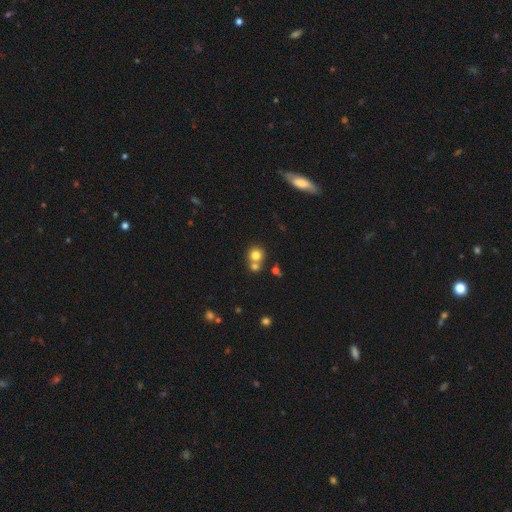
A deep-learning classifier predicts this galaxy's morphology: A smooth galaxy with no disk features (78%) that is round (87%).

Vote fractions:
- Smooth or featured? smooth: 78% / star or artifact: 12% / featured or disk: 11%
- How rounded? round: 87% / in between: 12% / cigar-shaped: 1%
- Merging? none: 50% / merger: 41% / minor disturbance: 7% / major disturbance: 3%